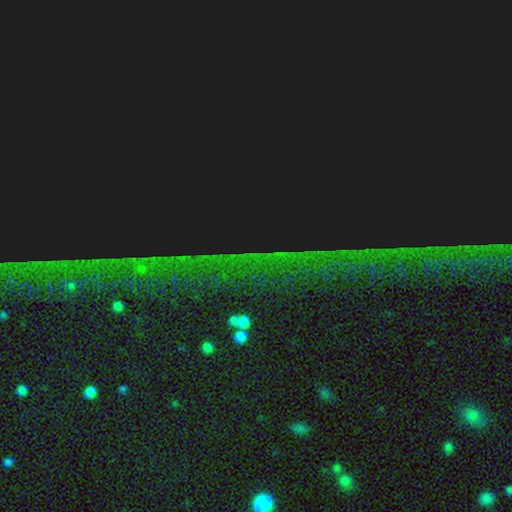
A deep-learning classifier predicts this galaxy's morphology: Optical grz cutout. It shows a star or artifact, not a galaxy (86%).